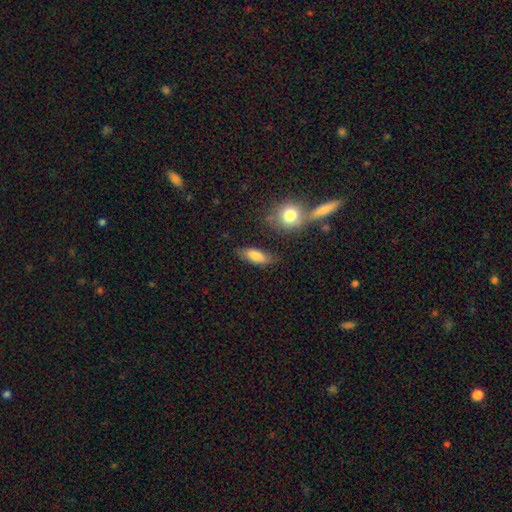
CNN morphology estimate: This appears to be a smooth galaxy with no disk features (79%) that is in between round and cigar-shaped (69%). Merging: none (76%).